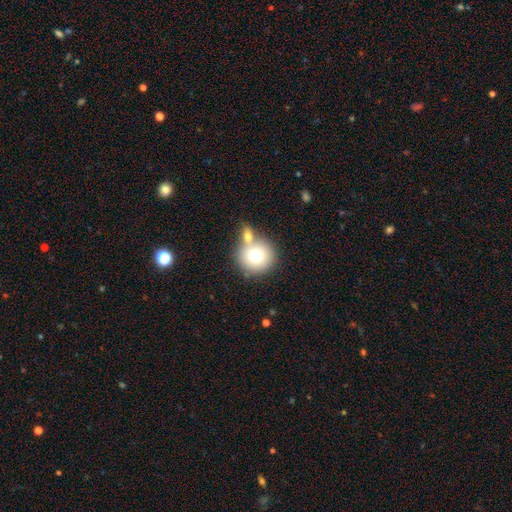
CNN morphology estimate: smooth-or-featured: smooth: 73% | featured or disk: 17% | star or artifact: 10%
  how-rounded: round: 92% | in between: 7% | cigar-shaped: 1%
  merging: none: 54% | merger: 32% | minor disturbance: 10% | major disturbance: 4%